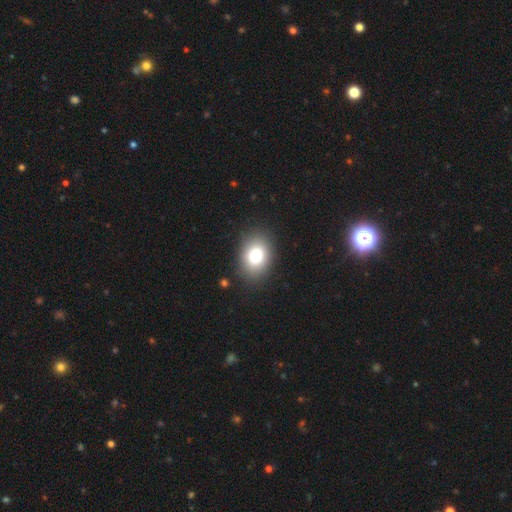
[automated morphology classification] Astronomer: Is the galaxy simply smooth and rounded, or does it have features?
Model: smooth — 78%.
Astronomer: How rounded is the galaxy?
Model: in between — 64%.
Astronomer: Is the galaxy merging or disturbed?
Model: none — 87%.